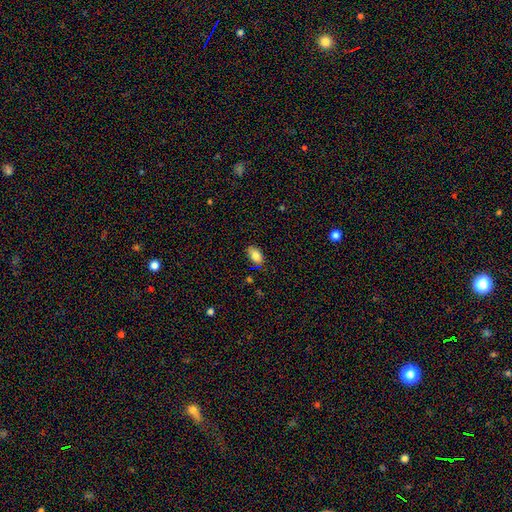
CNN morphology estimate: A smooth galaxy with no disk features (83%) that is in between round and cigar-shaped (92%).

Vote fractions:
- Smooth or featured? smooth: 83% / featured or disk: 9% / star or artifact: 8%
- How rounded? in between: 92% / round: 6% / cigar-shaped: 2%
- Merging? none: 80% / minor disturbance: 16% / major disturbance: 3% / merger: 2%